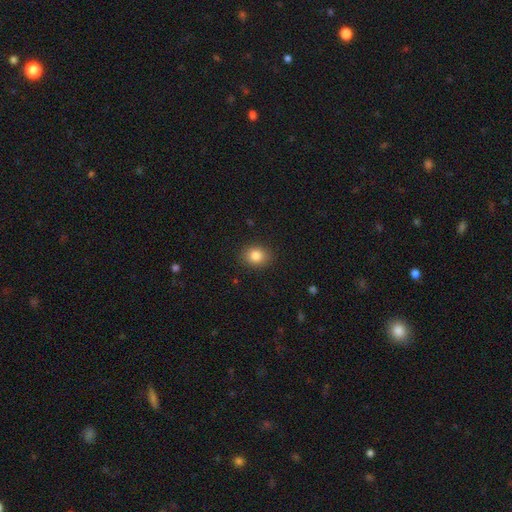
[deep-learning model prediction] smooth_or_featured: smooth (p=0.83) [alt: star or artifact p=0.10]
how_rounded: round (p=0.53) [alt: in between p=0.46]
merging: none (p=0.89) [alt: minor disturbance p=0.08]